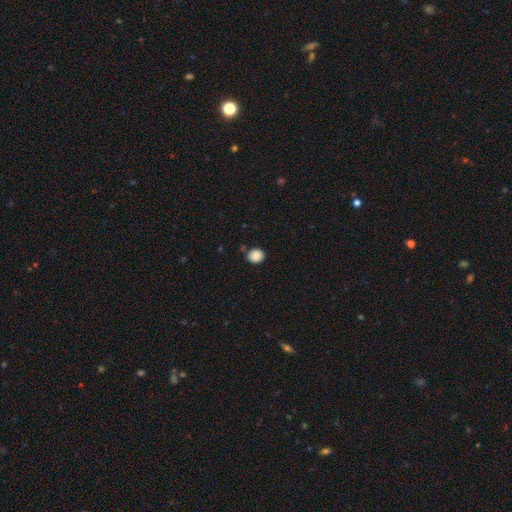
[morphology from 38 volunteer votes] Smooth or featured? 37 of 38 (97%) said smooth. How rounded? 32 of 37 (86%) said round. Merging? 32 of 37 (86%) said none.